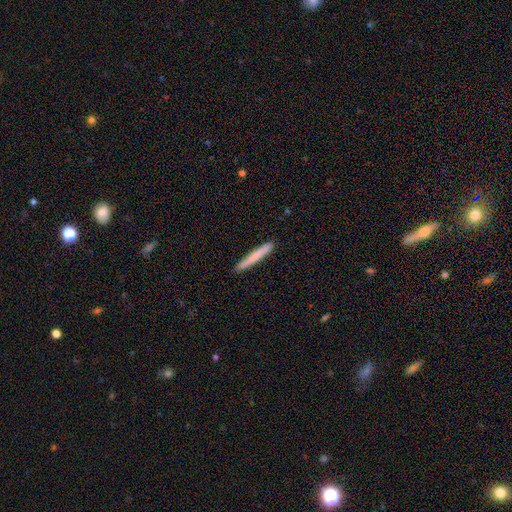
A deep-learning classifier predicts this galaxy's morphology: Smooth or featured?
  - smooth: 75% *
  - featured or disk: 20%
  - star or artifact: 5%
How rounded?
  - cigar-shaped: 96% *
  - in between: 2%
  - round: 1%
Merging?
  - none: 91% *
  - minor disturbance: 6%
  - major disturbance: 1%
  - merger: 1%